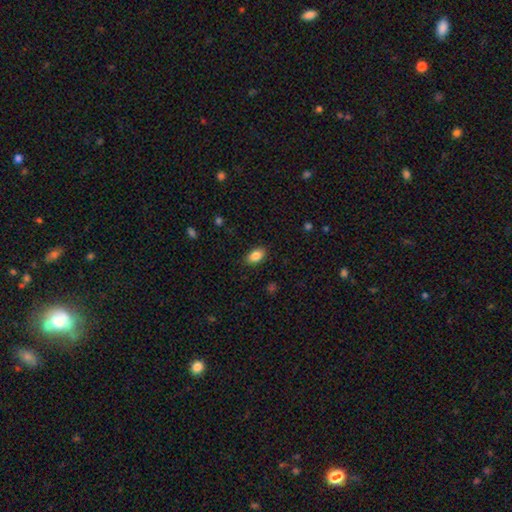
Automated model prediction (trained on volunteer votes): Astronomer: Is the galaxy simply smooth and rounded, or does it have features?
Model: smooth — 85%.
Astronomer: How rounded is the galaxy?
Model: in between — 90%.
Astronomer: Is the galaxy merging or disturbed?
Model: none — 87%.